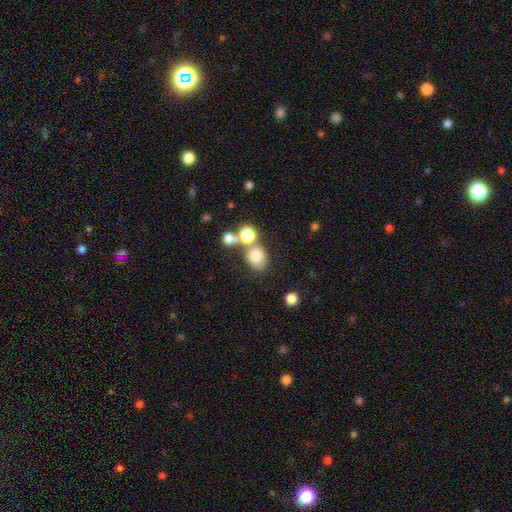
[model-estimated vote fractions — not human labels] Q: Smooth or featured?
A: smooth (76%); runner-up: star or artifact (13%)
Q: How rounded?
A: round (62%); runner-up: in between (37%)
Q: Merging?
A: none (52%); runner-up: merger (30%)